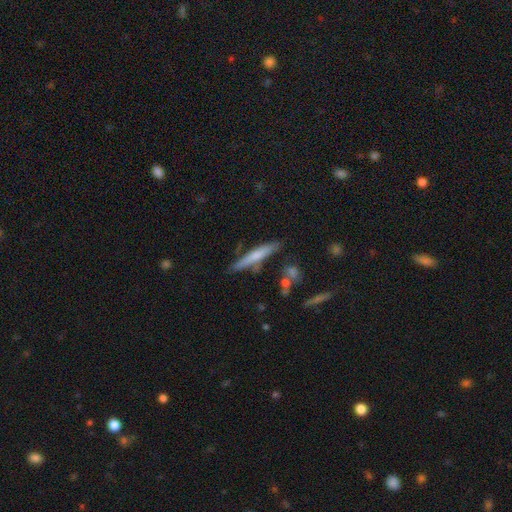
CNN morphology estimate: The model was most divided on "smooth or featured": smooth: 55%, featured or disk: 39%, star or artifact: 6%. More confident: how rounded — cigar-shaped (92%); merging — none (78%).